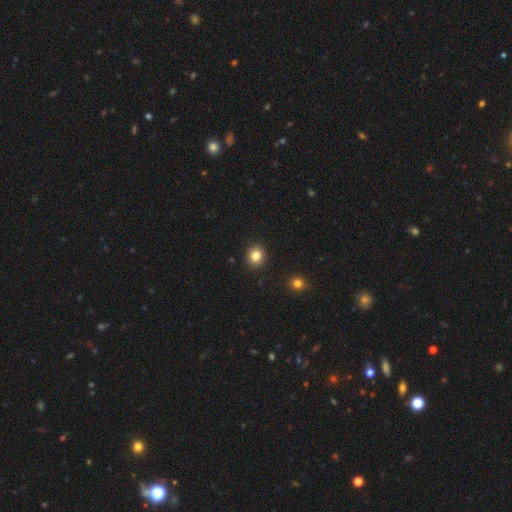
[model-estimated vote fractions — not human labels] Smooth or featured? Predicted: smooth (p=0.83). How rounded? Predicted: round (p=0.82). Merging? Predicted: none (p=0.91).